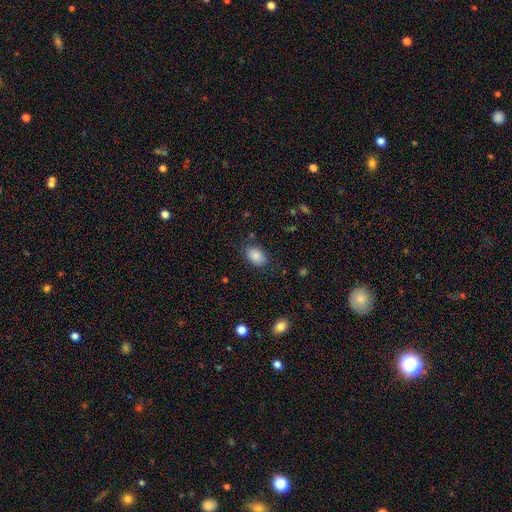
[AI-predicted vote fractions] Overall: smooth (87%). How rounded: in between (90%). Merging: none (80%).